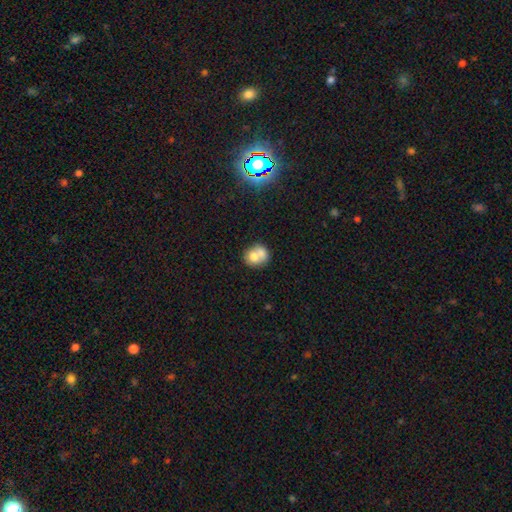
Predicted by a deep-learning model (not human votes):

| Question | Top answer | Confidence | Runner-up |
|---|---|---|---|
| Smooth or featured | smooth | 68% | featured or disk (22%) |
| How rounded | round | 71% | in between (28%) |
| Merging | merger | 54% | none (33%) |